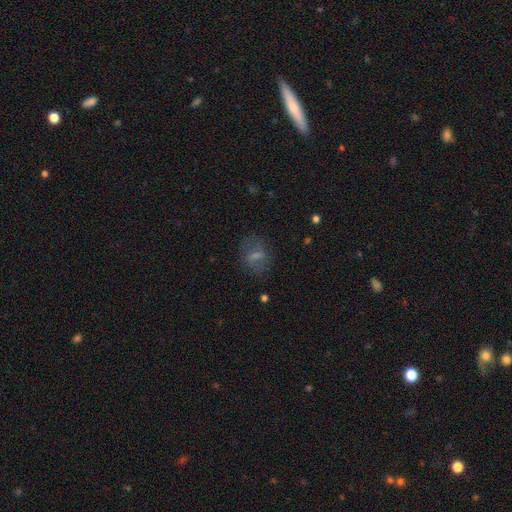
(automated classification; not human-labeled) smooth-or-featured: smooth: 54% | featured or disk: 34% | star or artifact: 11%
  how-rounded: in between: 58% | round: 33% | cigar-shaped: 9%
  merging: none: 73% | minor disturbance: 16% | major disturbance: 9% | merger: 2%